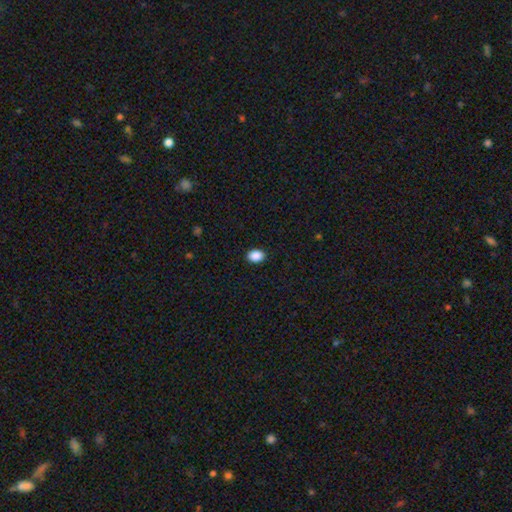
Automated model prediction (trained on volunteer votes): Smooth or featured? smooth (89%)
How rounded? in between (71%)
Merging? none (91%)